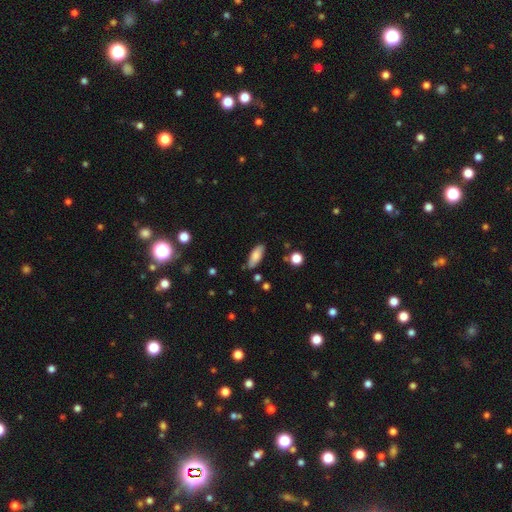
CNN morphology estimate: A smooth galaxy with no disk features (78%) that is in between round and cigar-shaped (75%). Merging: none (79%).